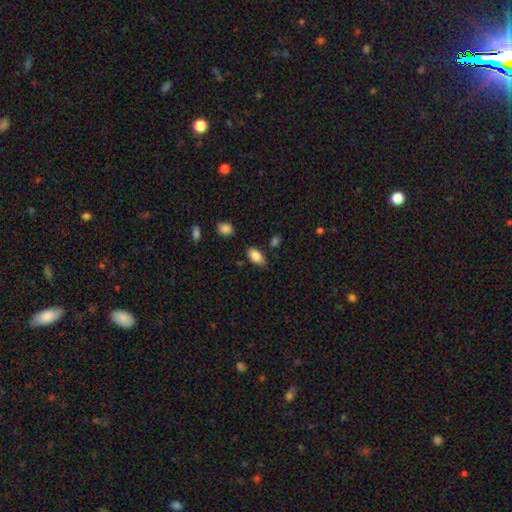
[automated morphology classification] smooth_or_featured: smooth (p=0.86) [alt: star or artifact p=0.07]
how_rounded: in between (p=0.93) [alt: round p=0.04]
merging: none (p=0.78) [alt: minor disturbance p=0.15]